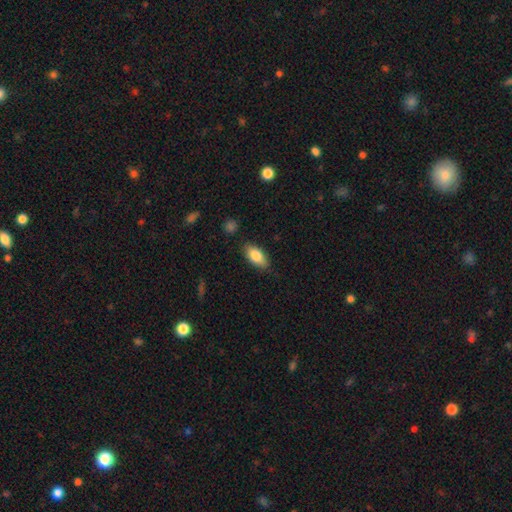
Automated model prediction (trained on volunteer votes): Q: Smooth or featured?
A: smooth (82%); runner-up: featured or disk (11%)
Q: How rounded?
A: in between (89%); runner-up: cigar-shaped (7%)
Q: Merging?
A: none (82%); runner-up: minor disturbance (14%)